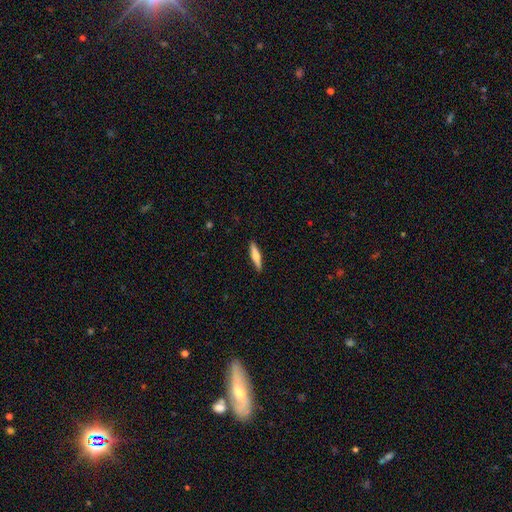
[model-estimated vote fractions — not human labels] smooth_or_featured: smooth (p=0.57) [alt: featured or disk p=0.38]
how_rounded: cigar-shaped (p=0.83) [alt: in between p=0.16]
merging: none (p=0.89) [alt: minor disturbance p=0.08]